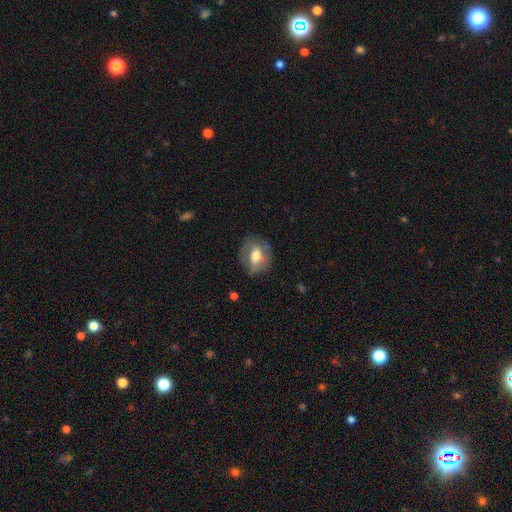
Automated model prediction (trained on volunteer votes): The model was most divided on "how rounded": round: 52%, in between: 46%, cigar-shaped: 2%. More confident: merging — none (71%); smooth or featured — smooth (57%).